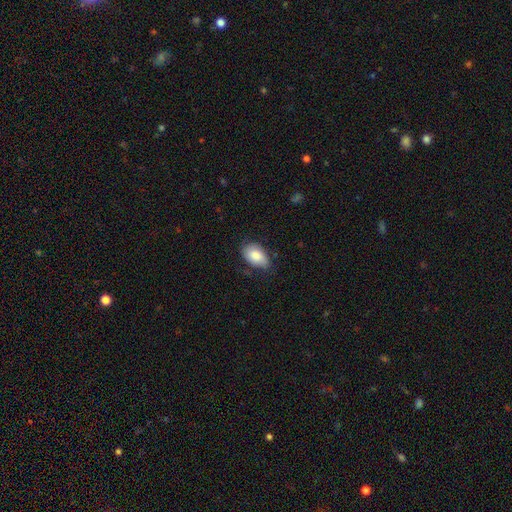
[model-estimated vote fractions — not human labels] Morphology: type=smooth (83%); roundness=in between (92%); merging=none (69%).